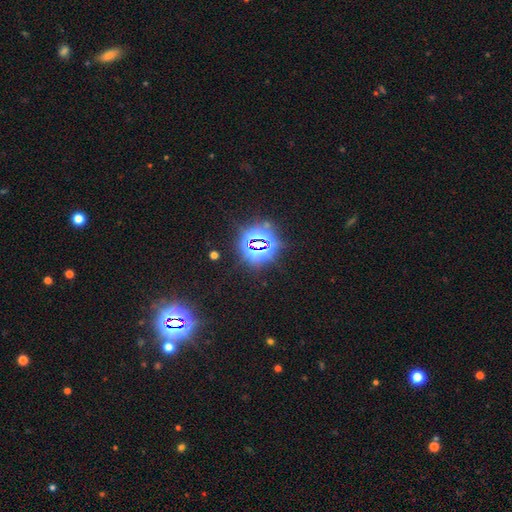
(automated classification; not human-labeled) A star or artifact, not a galaxy (81%).